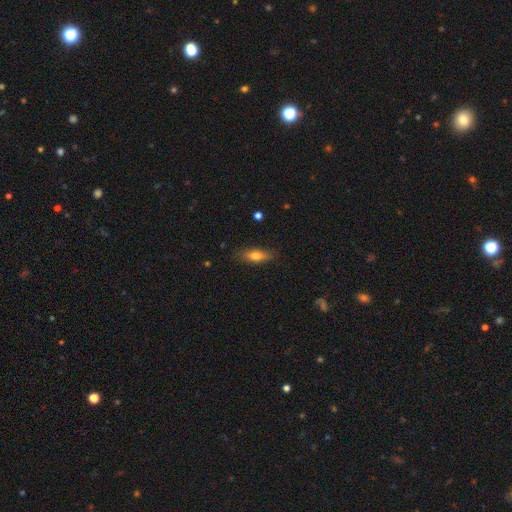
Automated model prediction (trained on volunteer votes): smooth_or_featured: smooth (p=0.70) [alt: featured or disk p=0.22]
how_rounded: in between (p=0.57) [alt: cigar-shaped p=0.39]
merging: none (p=0.84) [alt: minor disturbance p=0.13]